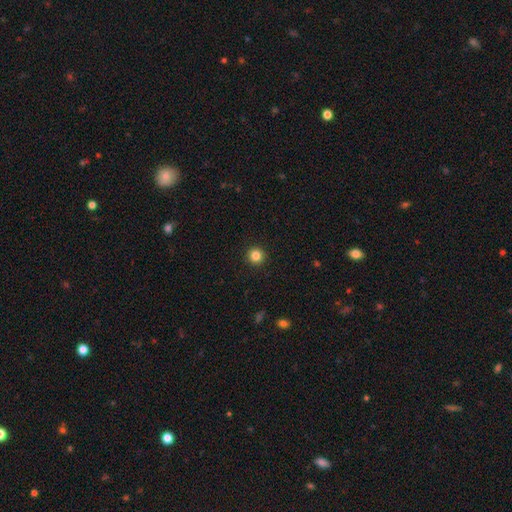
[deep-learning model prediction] The model was most divided on "smooth or featured": smooth: 84%, star or artifact: 11%, featured or disk: 4%. More confident: how rounded — round (96%); merging — none (93%).